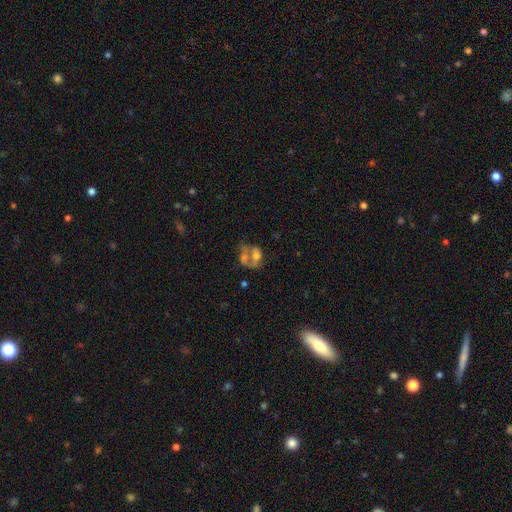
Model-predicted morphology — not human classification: type=smooth (46%); merging=merger (52%).